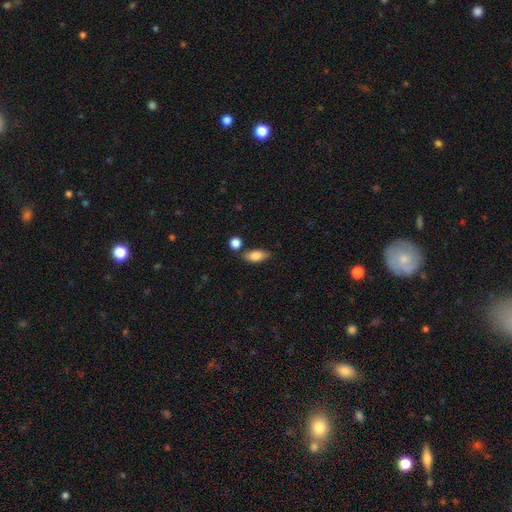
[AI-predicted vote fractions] The model was most divided on "merging": none: 73%, minor disturbance: 15%, merger: 9%, major disturbance: 3%. More confident: how rounded — in between (83%); smooth or featured — smooth (81%).